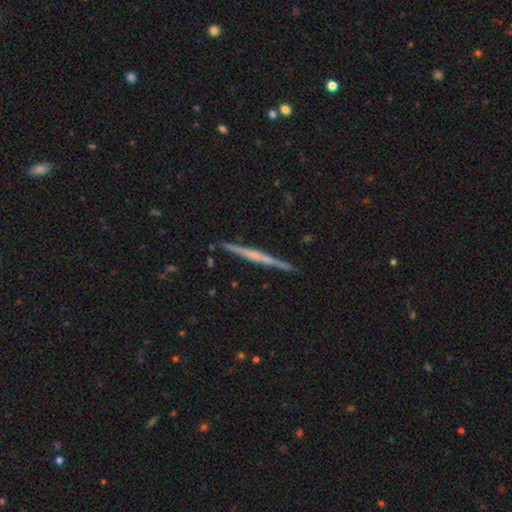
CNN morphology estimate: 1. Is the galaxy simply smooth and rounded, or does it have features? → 66% featured or disk, 28% smooth, 6% star or artifact.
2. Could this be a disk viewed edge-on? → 98% yes, 2% no.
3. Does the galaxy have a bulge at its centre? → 65% none, 24% rounded, 11% boxy.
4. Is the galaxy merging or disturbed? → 91% none, 6% minor disturbance, 1% major disturbance, 1% merger.